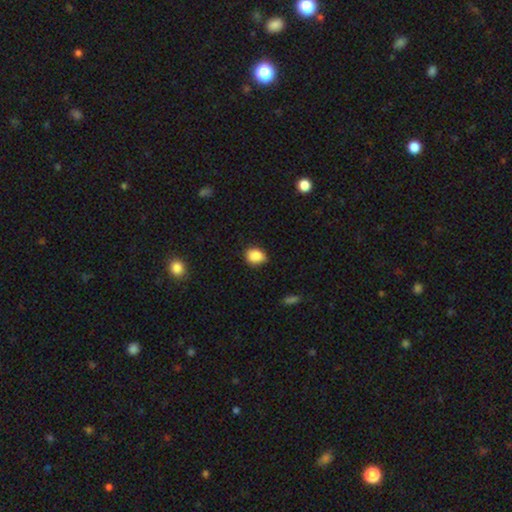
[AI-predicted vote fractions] This appears to be a smooth galaxy with no disk features (87%) that is round (51%). Merging: none (75%).